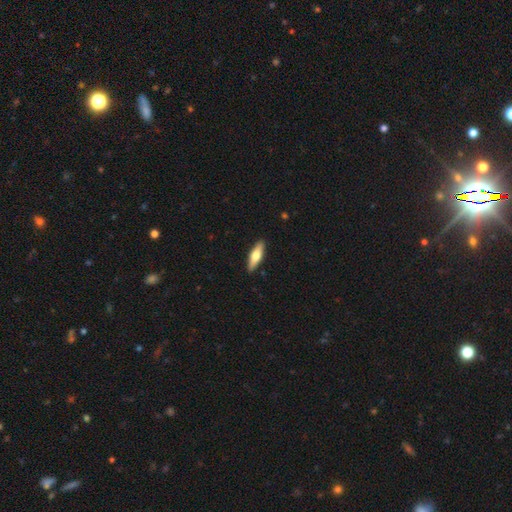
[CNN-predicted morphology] Q: Smooth or featured?
A: smooth (58%); runner-up: featured or disk (37%)
Q: How rounded?
A: cigar-shaped (56%); runner-up: in between (42%)
Q: Merging?
A: none (91%); runner-up: minor disturbance (7%)